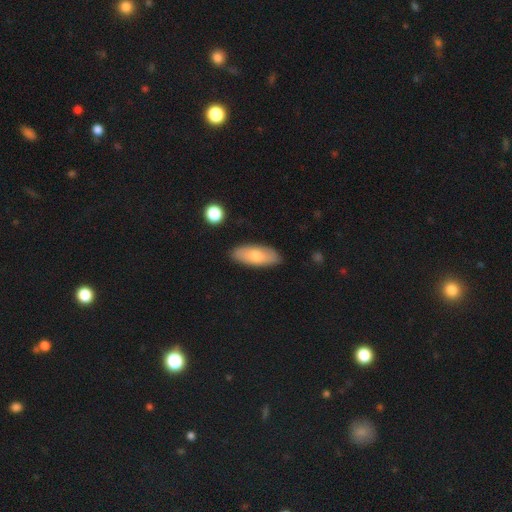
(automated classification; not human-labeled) Smooth or featured?
  - smooth: 70% *
  - featured or disk: 24%
  - star or artifact: 6%
How rounded?
  - in between: 80% *
  - cigar-shaped: 18%
  - round: 3%
Merging?
  - none: 86% *
  - minor disturbance: 10%
  - major disturbance: 2%
  - merger: 2%